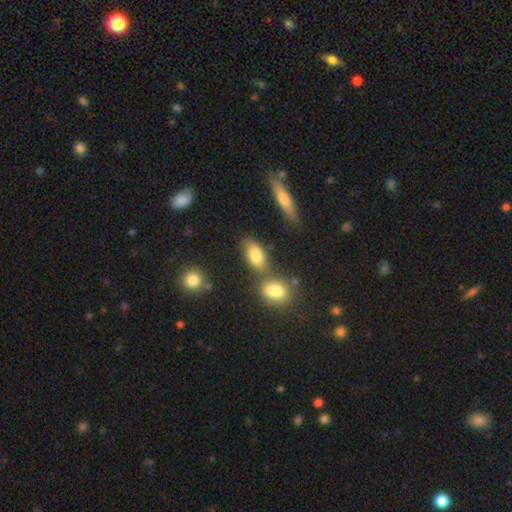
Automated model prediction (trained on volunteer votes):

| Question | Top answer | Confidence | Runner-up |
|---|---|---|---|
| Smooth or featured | smooth | 80% | featured or disk (11%) |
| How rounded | in between | 86% | round (8%) |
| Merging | none | 59% | merger (23%) |